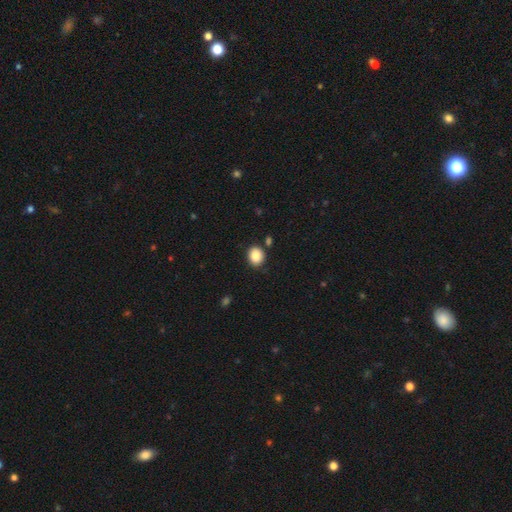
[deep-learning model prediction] Overall: smooth (87%). How rounded: round (66%; in between 33%). Merging: none (85%).